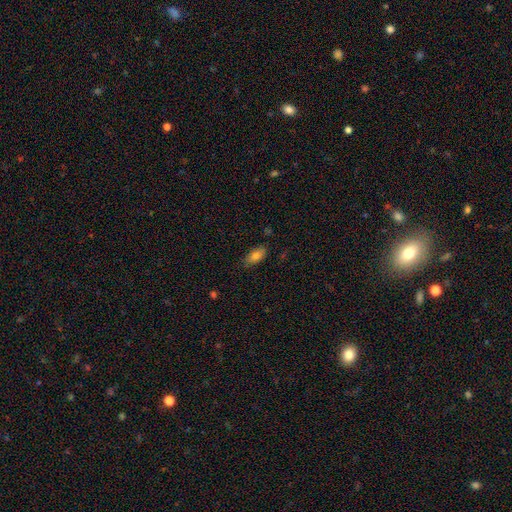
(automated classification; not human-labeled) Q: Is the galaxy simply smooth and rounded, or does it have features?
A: smooth — 79%.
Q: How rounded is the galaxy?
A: in between — 88%.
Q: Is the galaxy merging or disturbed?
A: none — 80%.